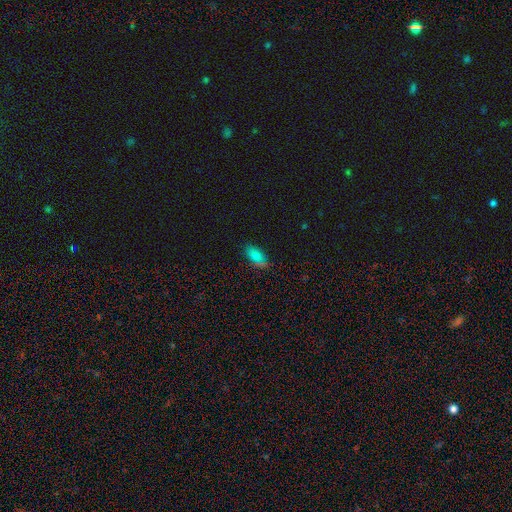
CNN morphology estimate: A smooth galaxy with no disk features (75%) that is in between round and cigar-shaped (88%). Merging: none (74%).